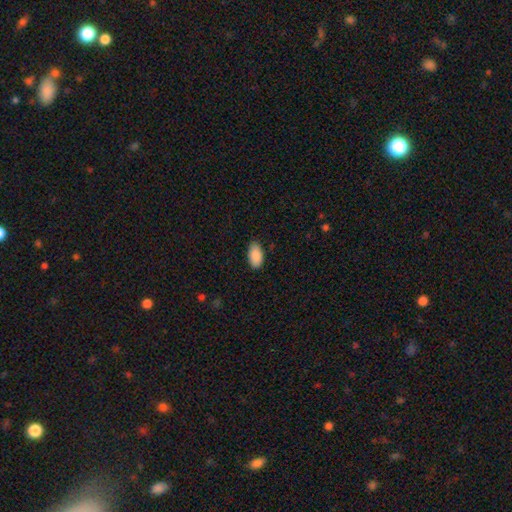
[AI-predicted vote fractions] Q: Smooth or featured?
A: smooth (89%); runner-up: star or artifact (6%)
Q: How rounded?
A: in between (95%); runner-up: round (3%)
Q: Merging?
A: none (83%); runner-up: minor disturbance (13%)